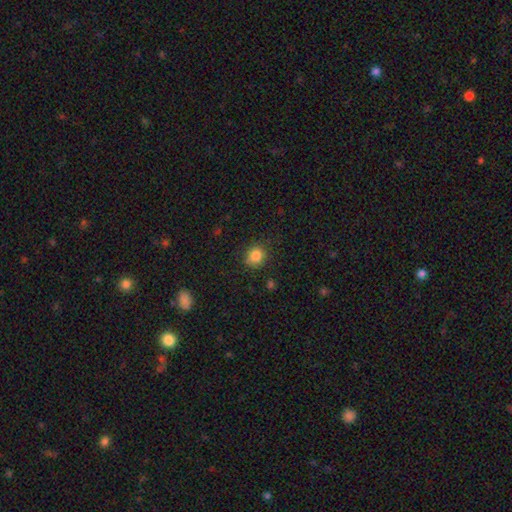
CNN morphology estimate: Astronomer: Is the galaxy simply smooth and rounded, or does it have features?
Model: smooth — 84%.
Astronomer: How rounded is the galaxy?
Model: round — 76%.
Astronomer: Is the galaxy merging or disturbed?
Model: none — 83%.